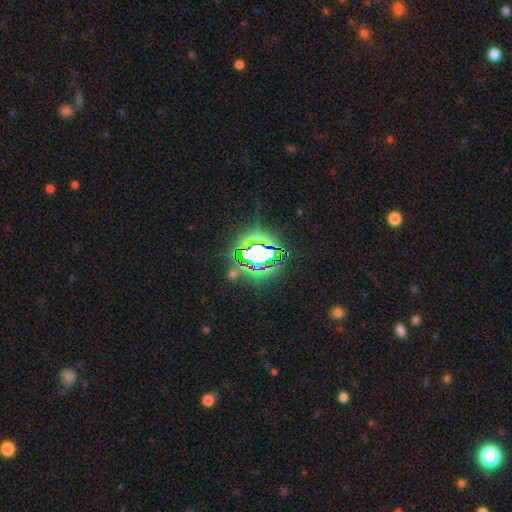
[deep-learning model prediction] This appears to be a star or artifact, not a galaxy (71%).